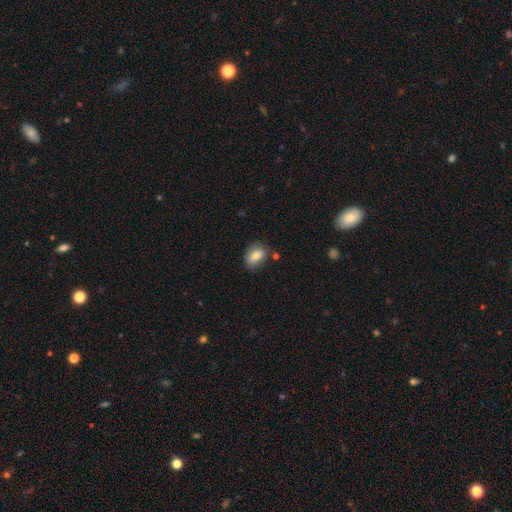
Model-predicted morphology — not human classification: Smooth or featured: smooth — 80% (featured or disk — 12%)
How rounded: in between — 78% (round — 20%)
Merging: none — 72% (minor disturbance — 19%)